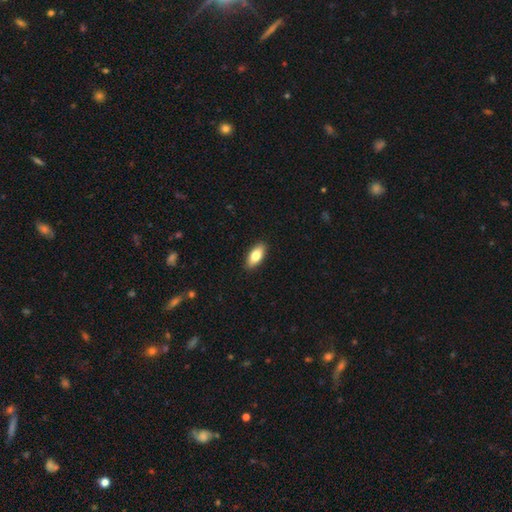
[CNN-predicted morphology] Smooth or featured? Predicted: smooth (p=0.80). How rounded? Predicted: in between (p=0.87). Merging? Predicted: none (p=0.90).